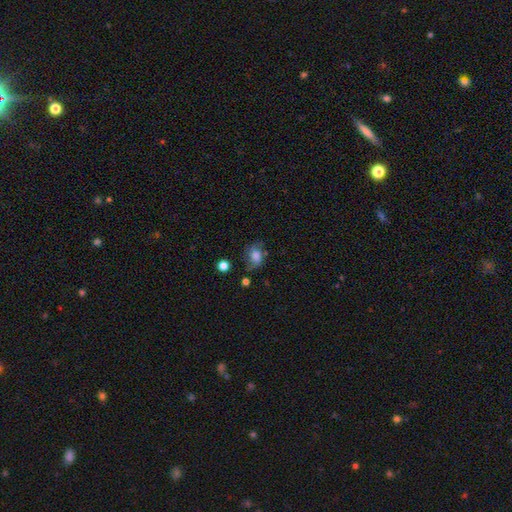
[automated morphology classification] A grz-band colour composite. It shows a smooth galaxy with no disk features (61%) that is in between round and cigar-shaped (61%). Merging: none (52%).